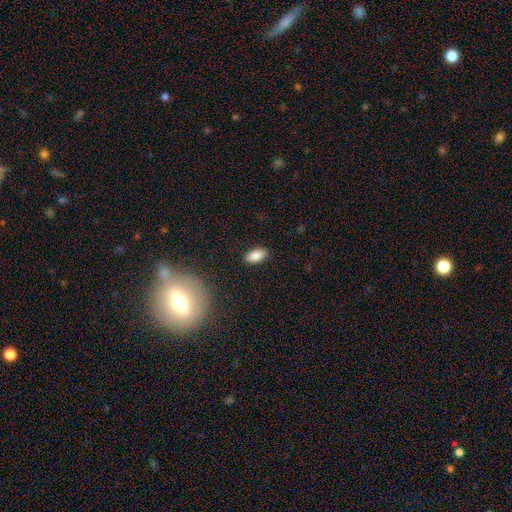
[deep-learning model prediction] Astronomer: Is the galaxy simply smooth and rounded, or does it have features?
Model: smooth — 86%.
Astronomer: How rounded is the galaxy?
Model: in between — 91%.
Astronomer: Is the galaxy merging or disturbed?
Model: none — 86%.